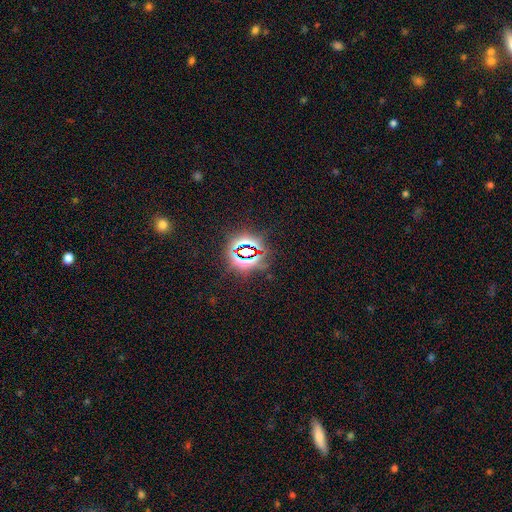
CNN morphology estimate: This is likely a star or artifact rather than a galaxy (80%).